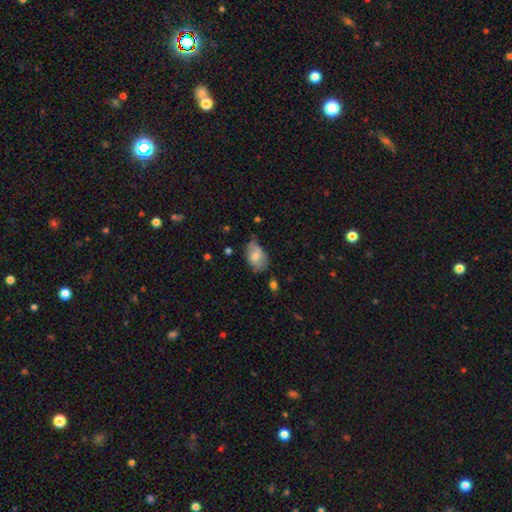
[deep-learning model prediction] smooth 71%, featured or disk 22%, star or artifact 8%. Down the decision tree: how rounded — in between (85%); merging — none (47%).